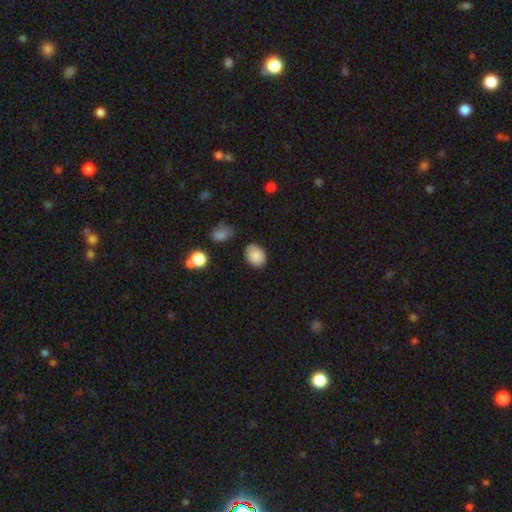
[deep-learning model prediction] smooth-or-featured: smooth: 86% | star or artifact: 8% | featured or disk: 5%
  how-rounded: in between: 66% | round: 33% | cigar-shaped: 1%
  merging: none: 74% | minor disturbance: 19% | major disturbance: 4% | merger: 3%